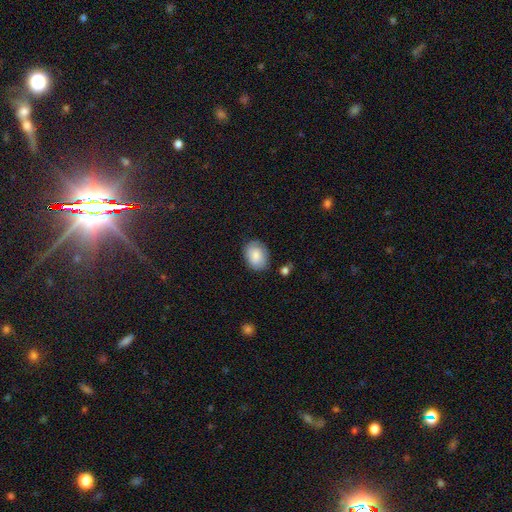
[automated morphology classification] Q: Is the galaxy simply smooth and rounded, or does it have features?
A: smooth — 81%.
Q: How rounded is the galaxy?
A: in between — 72%.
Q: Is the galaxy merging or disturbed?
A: none — 78%.